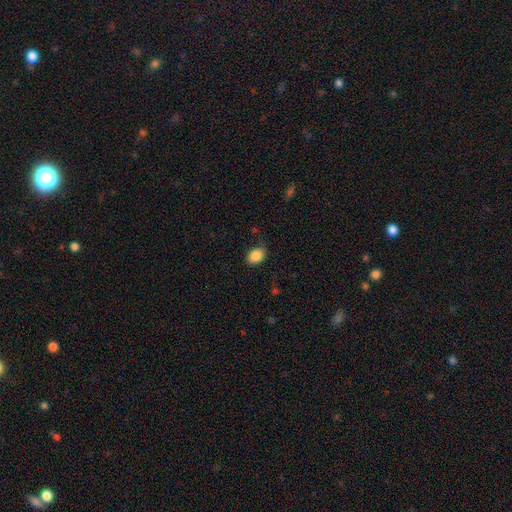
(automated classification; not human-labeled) Overall: smooth (88%). How rounded: in between (74%). Merging: none (77%).